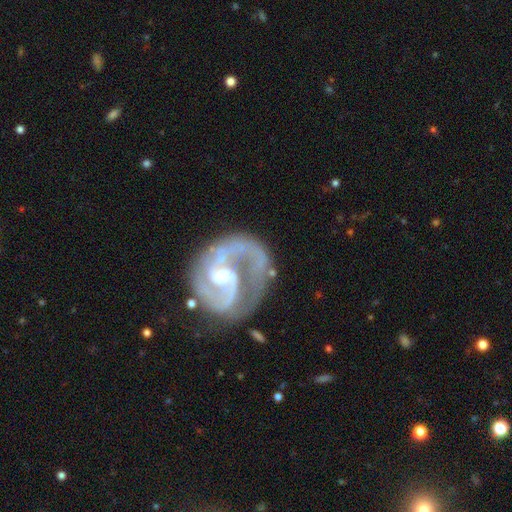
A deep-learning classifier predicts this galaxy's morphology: Overall: featured or disk (92%). Edge-on disk: no (98%). Bar: weak (48%; no 39%). Spiral arms: yes (98%). Spiral arm count: 2 (77%). Spiral winding: medium (55%; tight 31%). Bulge size: small (46%; moderate 43%). Merging: none (56%; minor disturbance 20%).